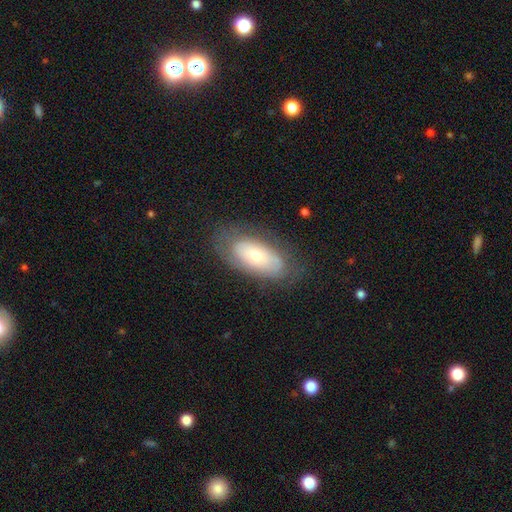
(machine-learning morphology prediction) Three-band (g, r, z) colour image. It shows a smooth galaxy with no disk features (51%) that is in between round and cigar-shaped (90%). Merging: none (73%).